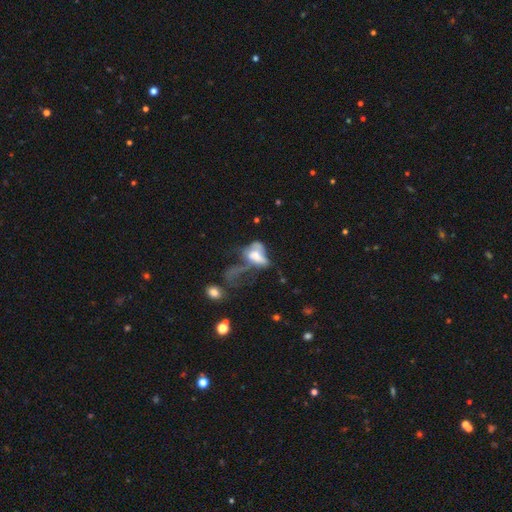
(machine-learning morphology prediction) Q: Smooth or featured?
A: featured or disk (46%); runner-up: smooth (42%)
Q: Merging?
A: major disturbance (51%); runner-up: merger (26%)